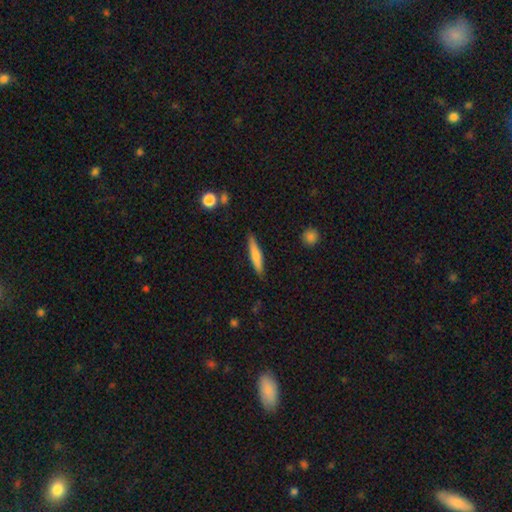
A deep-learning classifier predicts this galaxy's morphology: Smooth or featured: smooth — 69% (featured or disk — 25%)
How rounded: cigar-shaped — 90% (in between — 9%)
Merging: none — 88% (minor disturbance — 9%)